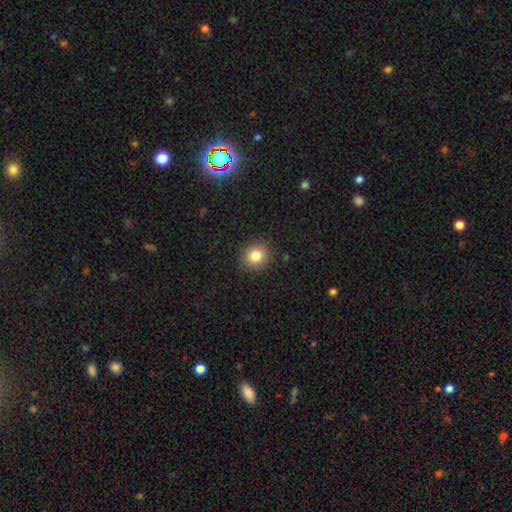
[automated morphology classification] smooth-or-featured: smooth: 84% | star or artifact: 10% | featured or disk: 6%
  how-rounded: round: 82% | in between: 17% | cigar-shaped: 1%
  merging: none: 89% | minor disturbance: 7% | major disturbance: 2% | merger: 1%